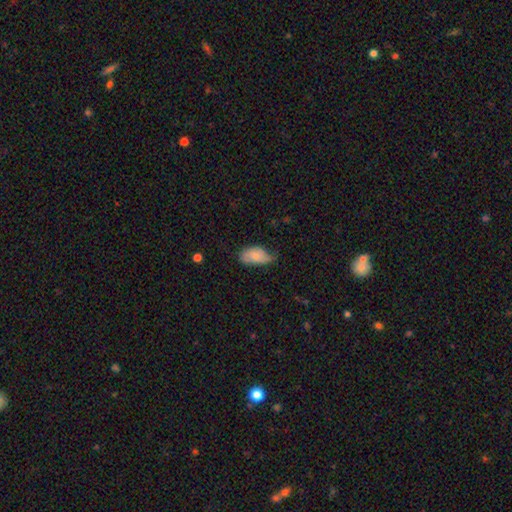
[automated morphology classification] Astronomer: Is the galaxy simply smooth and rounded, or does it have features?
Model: smooth — 72%.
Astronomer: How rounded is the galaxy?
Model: in between — 93%.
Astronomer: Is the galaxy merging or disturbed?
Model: minor disturbance — 47% (runner-up: none, 35%).